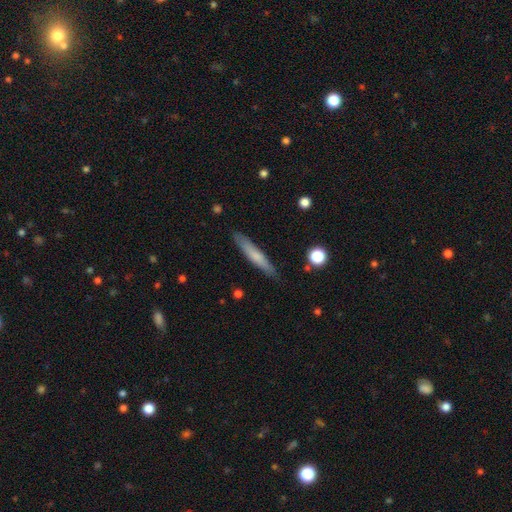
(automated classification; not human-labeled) Smooth or featured: smooth — 63% (featured or disk — 31%)
How rounded: cigar-shaped — 93% (in between — 6%)
Merging: none — 87% (minor disturbance — 10%)